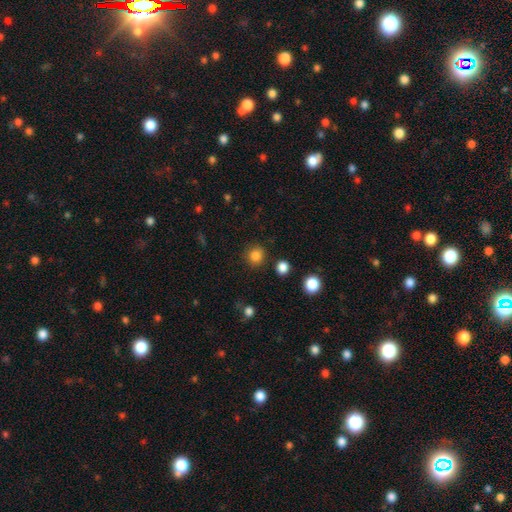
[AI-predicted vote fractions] Smooth or featured? smooth (84%)
How rounded? round (90%)
Merging? none (88%)